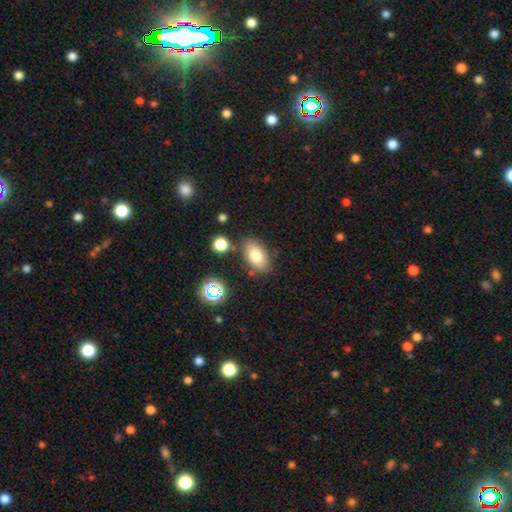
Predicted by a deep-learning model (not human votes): This is likely a smooth galaxy (77%). How rounded: clearly in between (89%). Merging: likely none (77%).